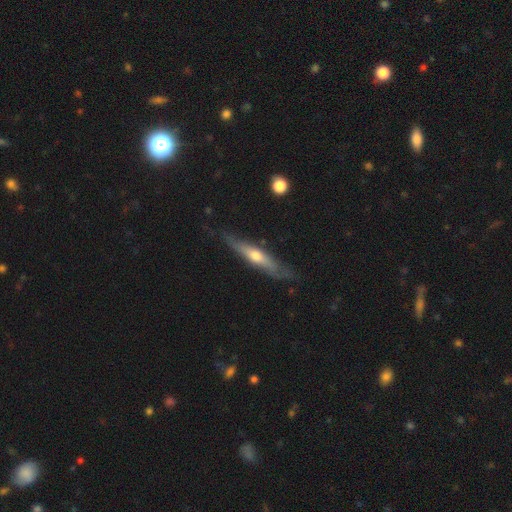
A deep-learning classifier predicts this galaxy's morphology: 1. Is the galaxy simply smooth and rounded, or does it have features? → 59% featured or disk, 36% smooth, 5% star or artifact.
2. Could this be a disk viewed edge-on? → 84% yes, 16% no.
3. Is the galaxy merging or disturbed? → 73% none, 20% minor disturbance, 5% major disturbance, 2% merger.